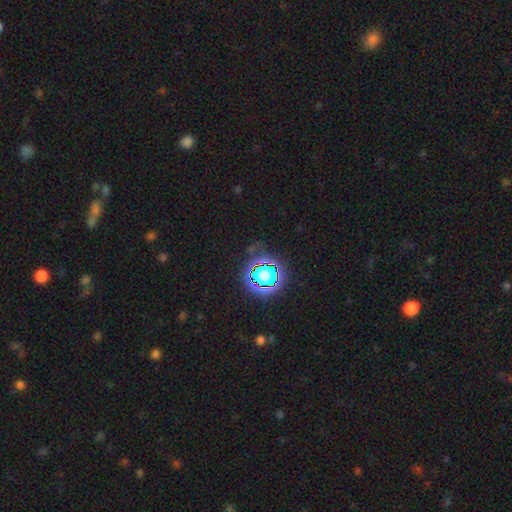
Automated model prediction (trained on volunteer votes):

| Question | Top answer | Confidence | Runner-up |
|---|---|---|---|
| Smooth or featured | star or artifact | 79% | smooth (14%) |